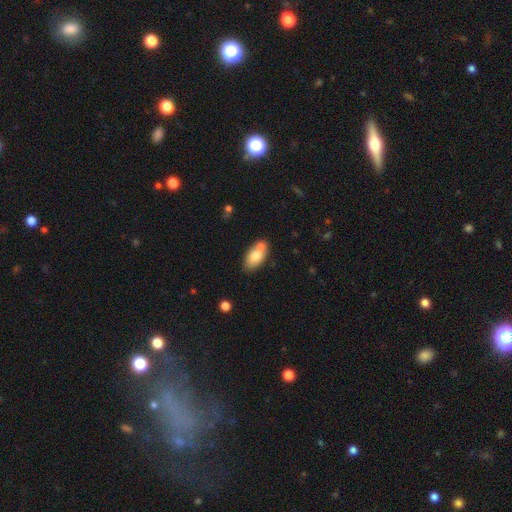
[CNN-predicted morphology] type=smooth (75%); roundness=in between (90%); merging=none (53%).